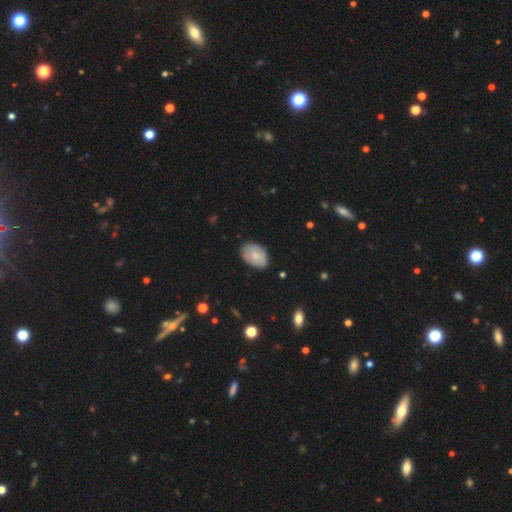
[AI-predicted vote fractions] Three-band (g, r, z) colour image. It shows a smooth galaxy with no disk features (71%) that is in between round and cigar-shaped (89%). Merging: none (77%).